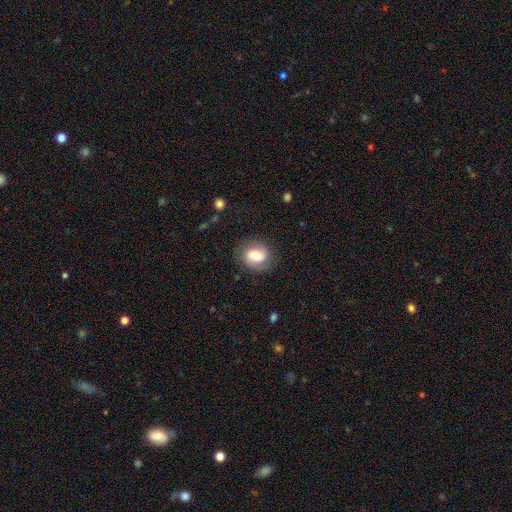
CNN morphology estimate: type=smooth (57%); roundness=round (62%); merging=none (81%).